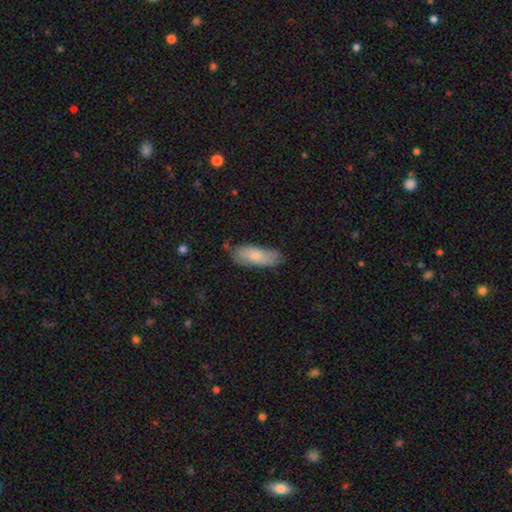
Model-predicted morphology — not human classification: The model was most divided on "merging": none: 65%, minor disturbance: 27%, major disturbance: 6%, merger: 2%. More confident: how rounded — in between (74%); smooth or featured — smooth (71%).